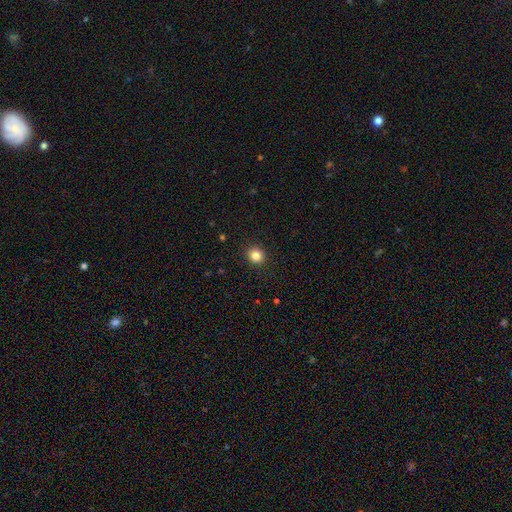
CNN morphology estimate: A smooth galaxy with no disk features (84%) that is round (84%). Merging: none (92%).